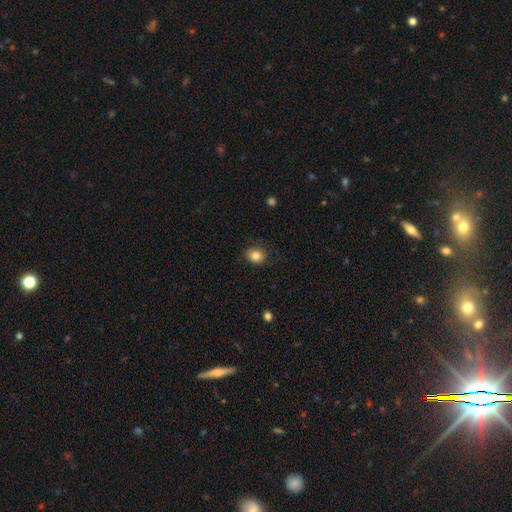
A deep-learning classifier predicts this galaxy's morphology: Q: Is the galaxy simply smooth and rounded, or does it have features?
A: smooth — 84%.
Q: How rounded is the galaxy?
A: round — 61%.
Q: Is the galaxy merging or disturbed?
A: none — 84%.